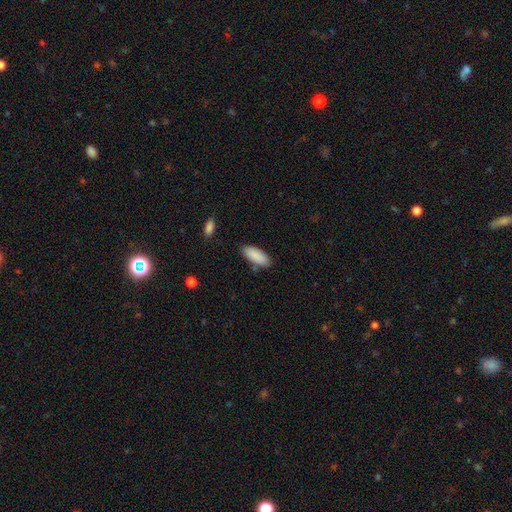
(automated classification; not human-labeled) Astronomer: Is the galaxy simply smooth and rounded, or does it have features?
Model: smooth — 90%.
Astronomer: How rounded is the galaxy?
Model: in between — 80%.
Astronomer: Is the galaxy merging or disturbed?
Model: none — 83%.